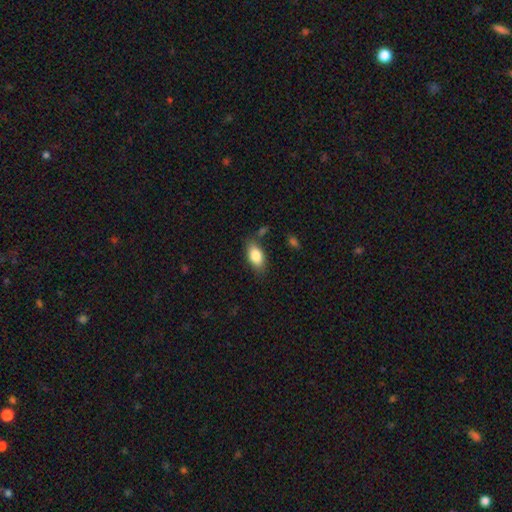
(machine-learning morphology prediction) Smooth or featured?
  - smooth: 83% *
  - featured or disk: 10%
  - star or artifact: 7%
How rounded?
  - in between: 90% *
  - round: 5%
  - cigar-shaped: 4%
Merging?
  - none: 76% *
  - minor disturbance: 16%
  - merger: 4%
  - major disturbance: 4%